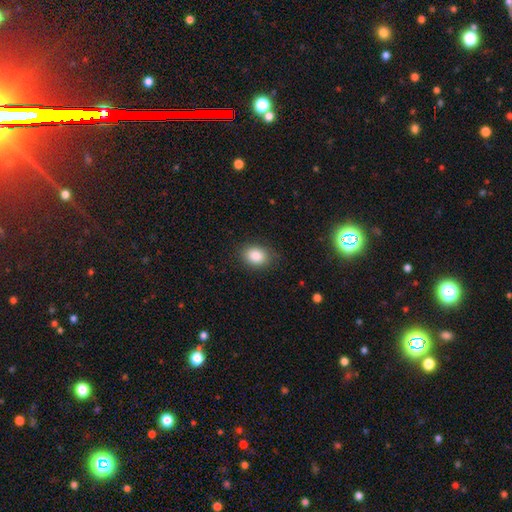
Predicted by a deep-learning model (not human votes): smooth-or-featured: smooth: 87% | star or artifact: 8% | featured or disk: 5%
  how-rounded: in between: 67% | round: 32% | cigar-shaped: 1%
  merging: none: 83% | minor disturbance: 13% | major disturbance: 3% | merger: 1%